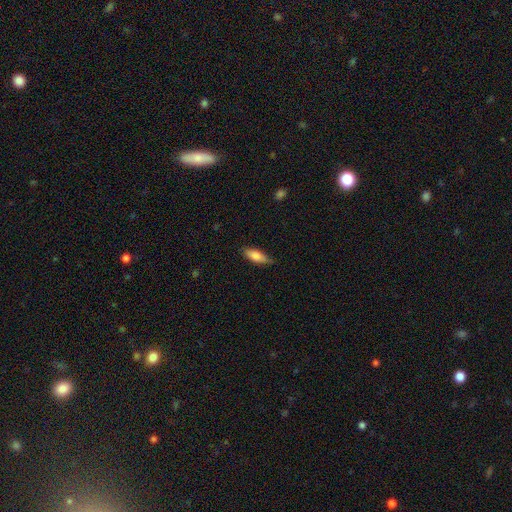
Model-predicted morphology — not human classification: A smooth galaxy with no disk features (77%) that is in between round and cigar-shaped (63%). Merging: none (79%).